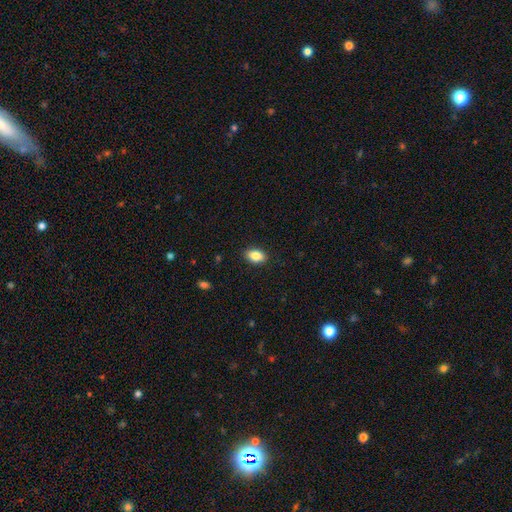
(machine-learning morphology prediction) Smooth or featured: smooth — 86% (star or artifact — 8%)
How rounded: in between — 89% (round — 9%)
Merging: none — 89% (minor disturbance — 8%)